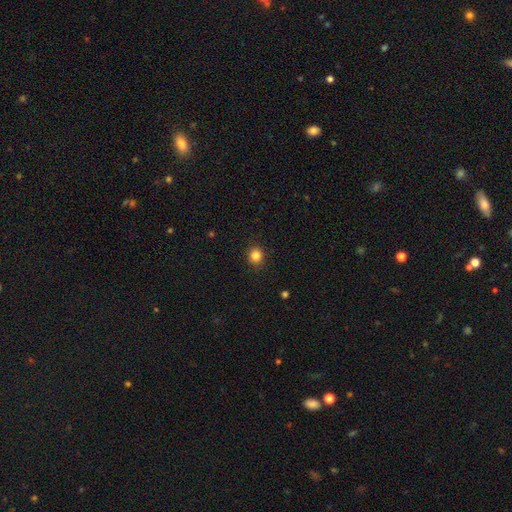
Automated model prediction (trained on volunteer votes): Morphology: type=smooth (84%); roundness=round (87%); merging=none (90%).